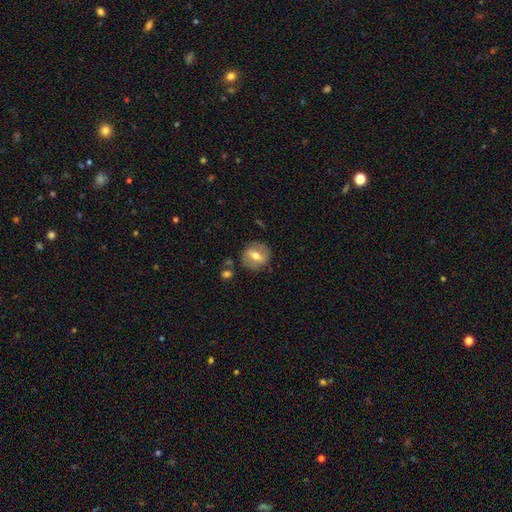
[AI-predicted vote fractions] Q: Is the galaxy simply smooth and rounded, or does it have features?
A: featured or disk — 48%.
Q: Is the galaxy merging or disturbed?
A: none — 81%.